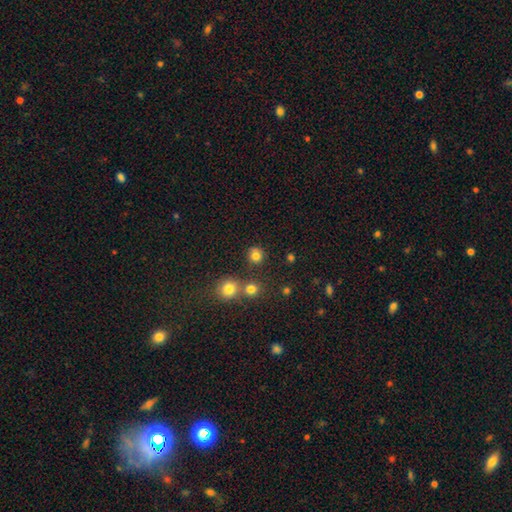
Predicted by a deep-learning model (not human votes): smooth-or-featured: smooth: 80% | star or artifact: 14% | featured or disk: 5%
  how-rounded: round: 91% | in between: 8% | cigar-shaped: 1%
  merging: none: 80% | merger: 10% | minor disturbance: 8% | major disturbance: 3%